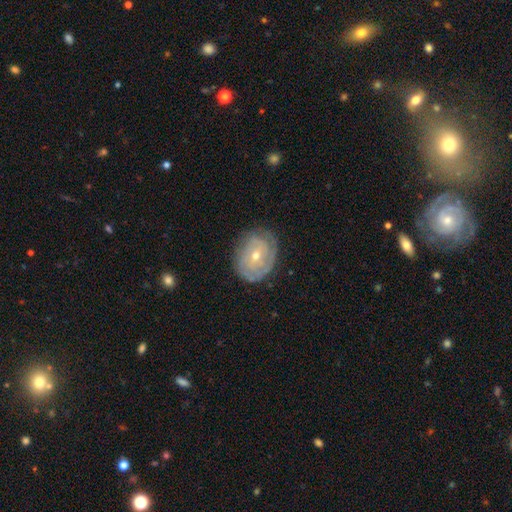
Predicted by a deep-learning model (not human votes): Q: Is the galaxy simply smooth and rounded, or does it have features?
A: featured or disk — 74%.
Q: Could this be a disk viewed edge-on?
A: no — 96%.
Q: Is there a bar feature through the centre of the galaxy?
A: no — 72%.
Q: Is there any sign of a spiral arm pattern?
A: yes — 86%.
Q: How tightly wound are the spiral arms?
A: tight — 76%.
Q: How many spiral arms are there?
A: can't tell — 47%.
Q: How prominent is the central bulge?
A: small — 55%.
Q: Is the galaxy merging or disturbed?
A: none — 76%.